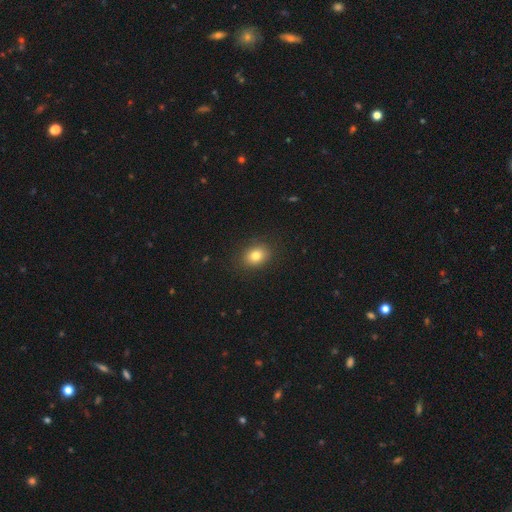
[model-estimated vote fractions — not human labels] smooth 81%, star or artifact 11%, featured or disk 8%. Down the decision tree: how rounded — in between (53%); merging — none (88%).